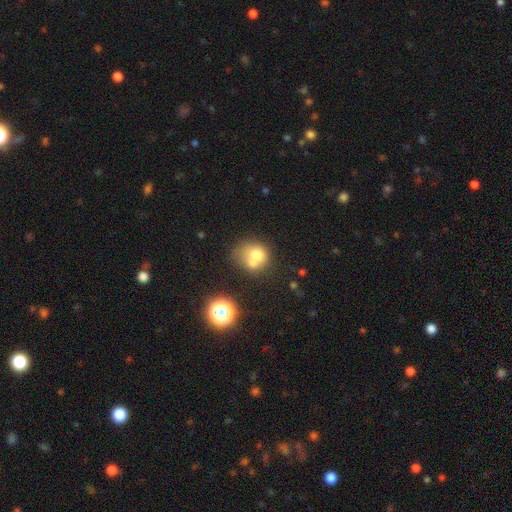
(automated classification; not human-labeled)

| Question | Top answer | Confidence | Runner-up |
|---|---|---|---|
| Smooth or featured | smooth | 68% | featured or disk (19%) |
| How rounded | round | 70% | in between (29%) |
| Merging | merger | 41% | none (32%) |